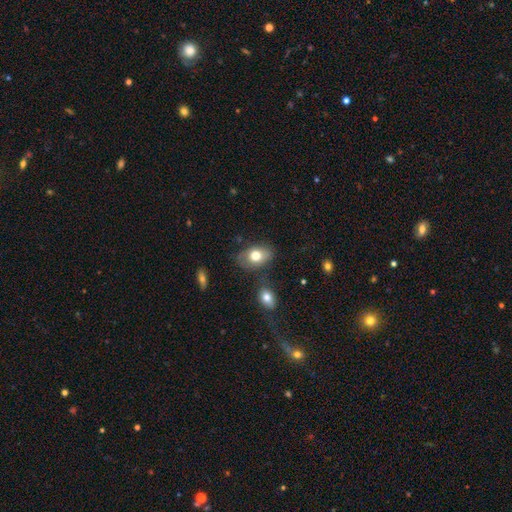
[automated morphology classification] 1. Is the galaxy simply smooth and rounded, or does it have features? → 72% smooth, 20% featured or disk, 8% star or artifact.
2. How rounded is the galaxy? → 82% in between, 16% round, 1% cigar-shaped.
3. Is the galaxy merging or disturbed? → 72% none, 17% minor disturbance, 6% merger, 5% major disturbance.